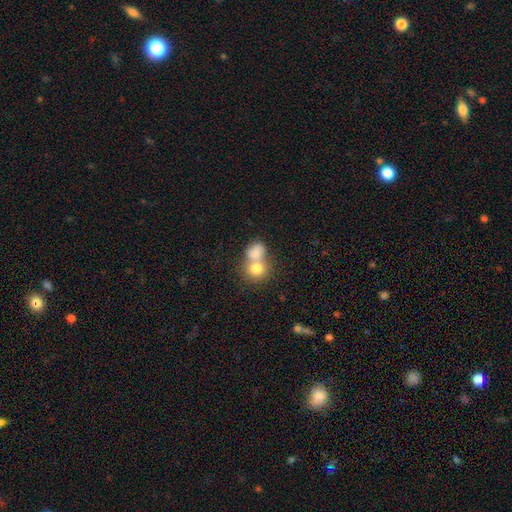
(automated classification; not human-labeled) A smooth galaxy with no disk features (77%) that is round (59%).

Vote fractions:
- Smooth or featured? smooth: 77% / featured or disk: 14% / star or artifact: 9%
- How rounded? round: 59% / in between: 40% / cigar-shaped: 1%
- Merging? merger: 66% / none: 23% / minor disturbance: 7% / major disturbance: 4%